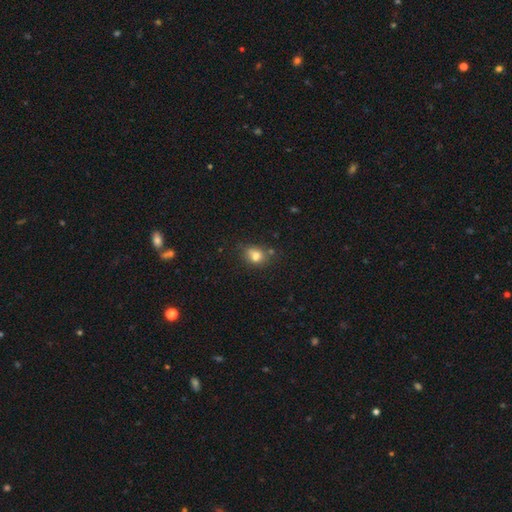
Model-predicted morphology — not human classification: Smooth or featured?
  - smooth: 77% *
  - star or artifact: 12%
  - featured or disk: 11%
How rounded?
  - round: 54% *
  - in between: 45%
  - cigar-shaped: 1%
Merging?
  - none: 55% *
  - minor disturbance: 22%
  - merger: 16%
  - major disturbance: 6%